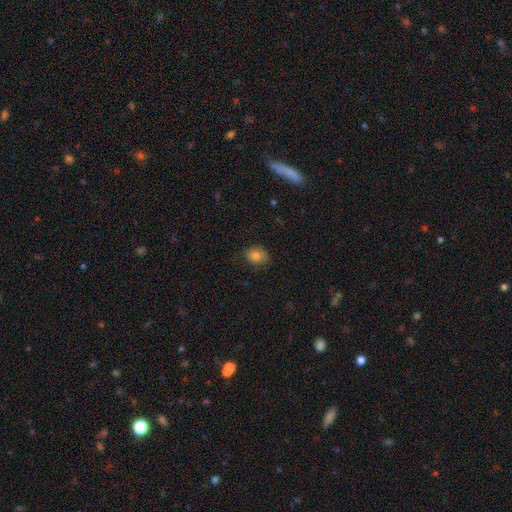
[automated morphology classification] Overall: smooth (80%). How rounded: in between (61%; round 38%). Merging: none (72%).